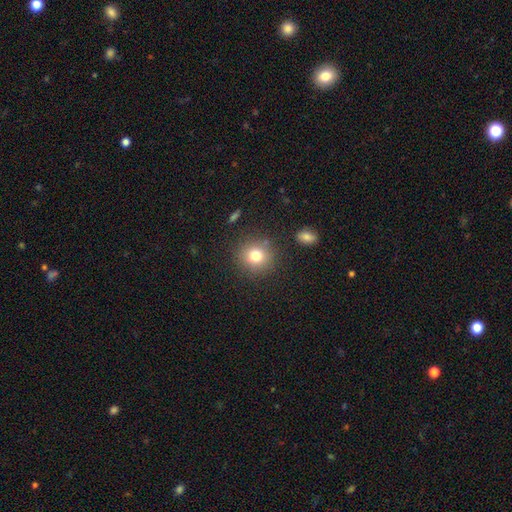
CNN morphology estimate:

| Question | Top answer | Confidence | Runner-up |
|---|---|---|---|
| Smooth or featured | smooth | 77% | star or artifact (13%) |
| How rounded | round | 88% | in between (11%) |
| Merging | none | 85% | minor disturbance (9%) |